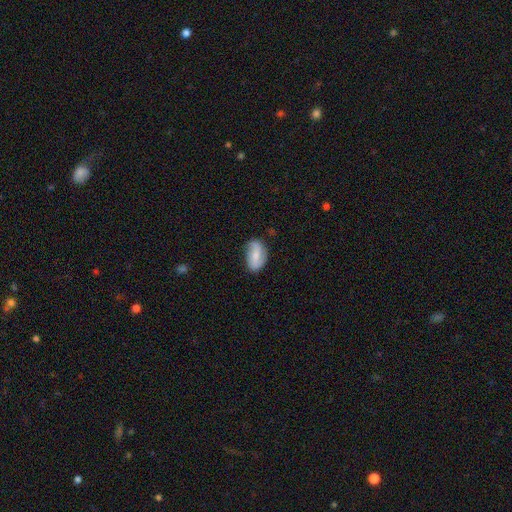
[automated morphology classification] Q: Smooth or featured?
A: smooth (54%); runner-up: featured or disk (39%)
Q: How rounded?
A: in between (91%); runner-up: round (6%)
Q: Merging?
A: none (69%); runner-up: minor disturbance (23%)